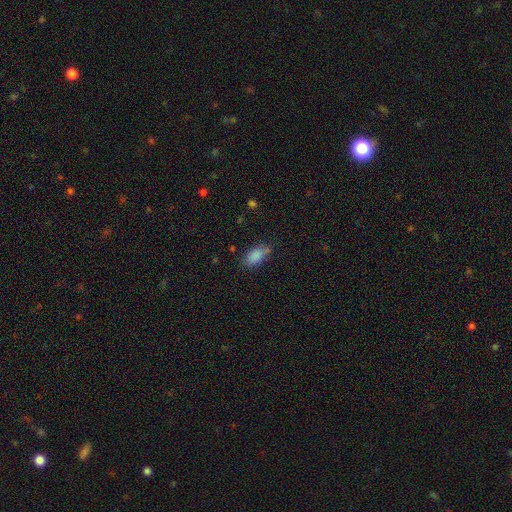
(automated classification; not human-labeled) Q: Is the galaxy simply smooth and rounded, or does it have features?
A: smooth — 86%.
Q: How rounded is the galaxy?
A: in between — 91%.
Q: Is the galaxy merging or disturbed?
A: none — 69%.